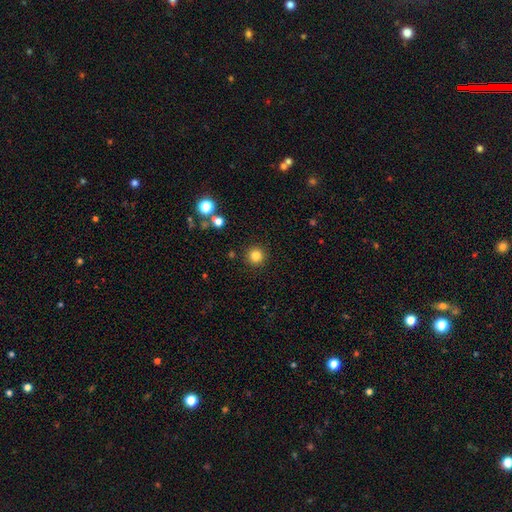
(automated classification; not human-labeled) This appears to be a smooth galaxy with no disk features (82%) that is round (96%). Merging: none (91%).